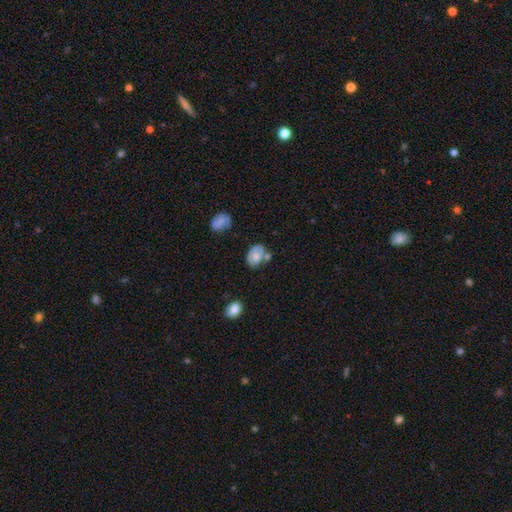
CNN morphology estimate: smooth 50%, featured or disk 40%, star or artifact 10%. Down the decision tree: how rounded — in between (78%); merging — none (46%).